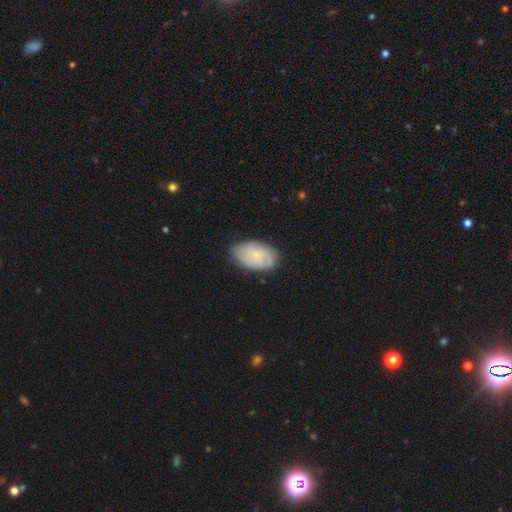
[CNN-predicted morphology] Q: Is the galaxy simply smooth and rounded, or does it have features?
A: smooth — 53%.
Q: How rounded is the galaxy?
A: in between — 91%.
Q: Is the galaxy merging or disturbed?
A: none — 77%.